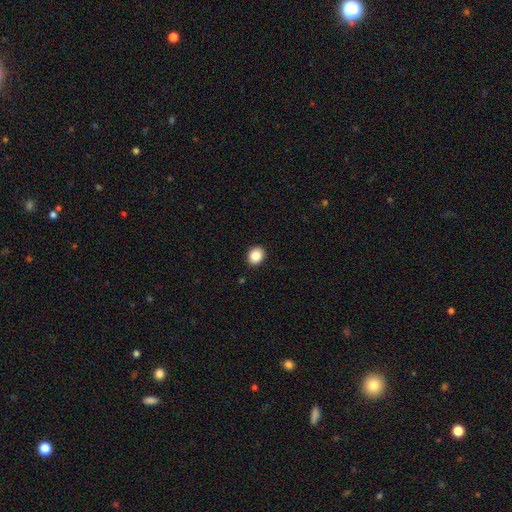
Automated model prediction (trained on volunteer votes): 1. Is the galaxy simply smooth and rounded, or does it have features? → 87% smooth, 9% star or artifact, 4% featured or disk.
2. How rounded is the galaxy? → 57% round, 42% in between, 1% cigar-shaped.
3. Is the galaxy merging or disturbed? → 91% none, 6% minor disturbance, 2% major disturbance, 1% merger.